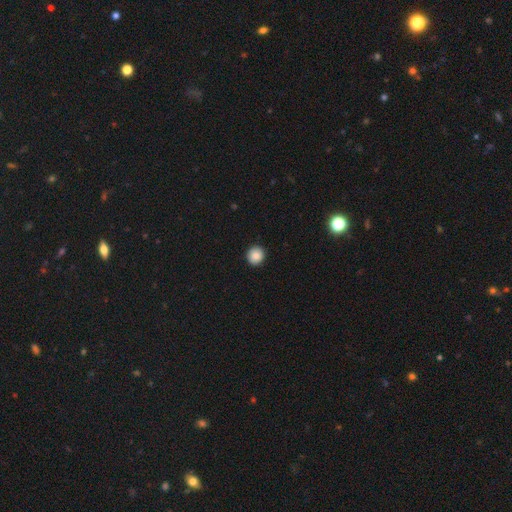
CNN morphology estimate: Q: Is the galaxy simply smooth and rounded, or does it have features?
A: smooth — 87%.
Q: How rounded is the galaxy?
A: round — 93%.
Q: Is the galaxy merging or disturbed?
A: none — 93%.